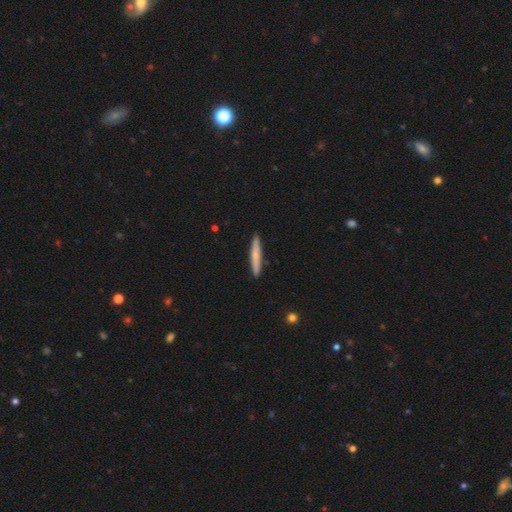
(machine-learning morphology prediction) A smooth galaxy with no disk features (63%) that is cigar-shaped (95%).

Vote fractions:
- Smooth or featured? smooth: 63% / featured or disk: 31% / star or artifact: 5%
- How rounded? cigar-shaped: 95% / in between: 4% / round: 1%
- Merging? none: 90% / minor disturbance: 7% / merger: 1% / major disturbance: 1%